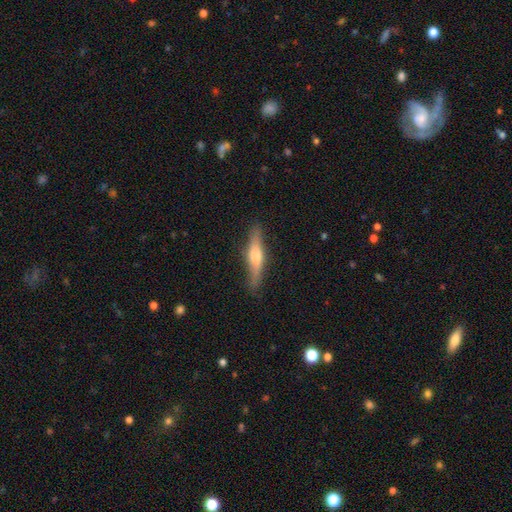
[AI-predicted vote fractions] Smooth or featured?
  - featured or disk: 49% *
  - smooth: 45%
  - star or artifact: 6%
Merging?
  - none: 82% *
  - minor disturbance: 14%
  - major disturbance: 3%
  - merger: 1%